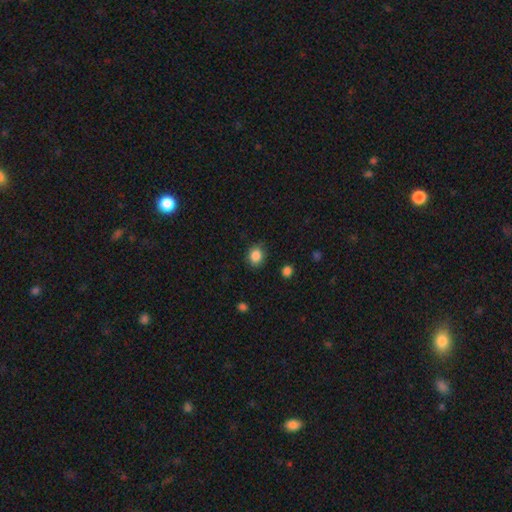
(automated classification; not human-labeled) Smooth or featured: smooth — 86% (star or artifact — 10%)
How rounded: round — 66% (in between — 33%)
Merging: none — 82% (minor disturbance — 13%)